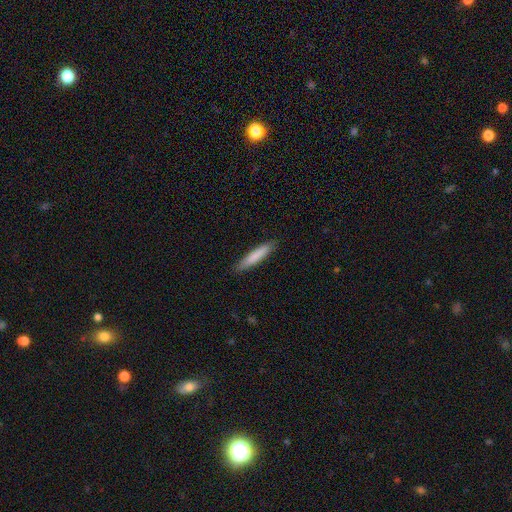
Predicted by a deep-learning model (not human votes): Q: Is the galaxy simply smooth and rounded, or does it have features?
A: smooth — 80%.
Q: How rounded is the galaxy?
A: cigar-shaped — 90%.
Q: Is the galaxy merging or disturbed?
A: none — 88%.